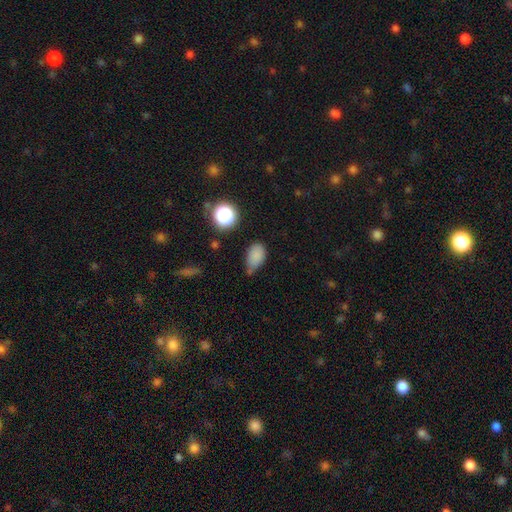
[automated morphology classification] A smooth galaxy with no disk features (80%) that is in between round and cigar-shaped (83%).

Vote fractions:
- Smooth or featured? smooth: 80% / star or artifact: 13% / featured or disk: 6%
- How rounded? in between: 83% / round: 15% / cigar-shaped: 2%
- Merging? none: 44% / minor disturbance: 39% / major disturbance: 9% / merger: 8%